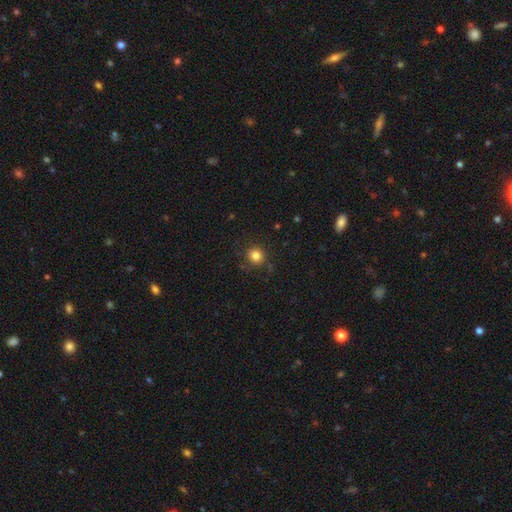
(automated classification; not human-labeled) A smooth galaxy with no disk features (82%) that is round (89%). Merging: none (85%).